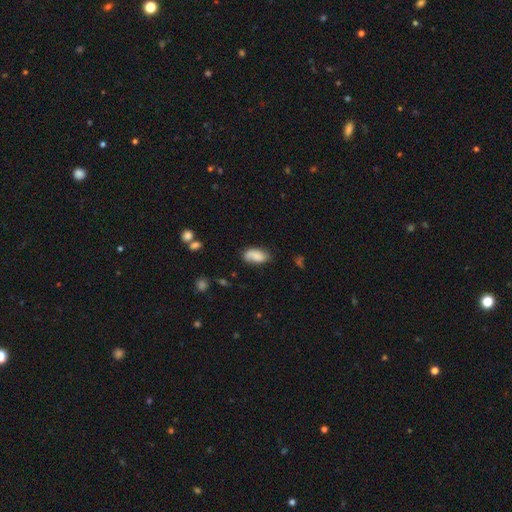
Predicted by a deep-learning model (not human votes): Smooth or featured: smooth — 72% (featured or disk — 20%)
How rounded: in between — 92% (cigar-shaped — 5%)
Merging: none — 64% (minor disturbance — 24%)